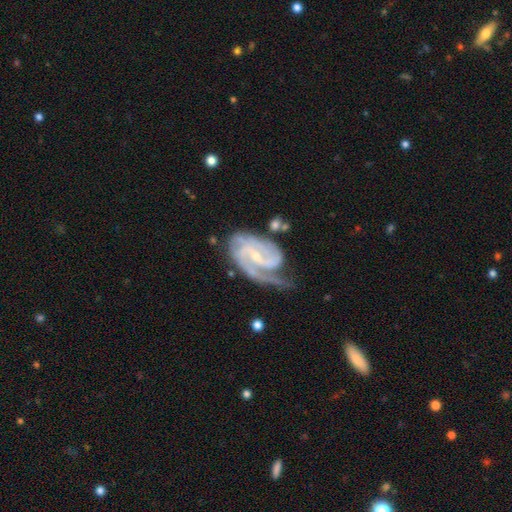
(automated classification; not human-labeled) This appears to be a featured or disk galaxy (91%) with a weak bar (46%), 2 (52%) tight (46%) spiral arms (98%) and a small central bulge (74%). Merging: none (53%).